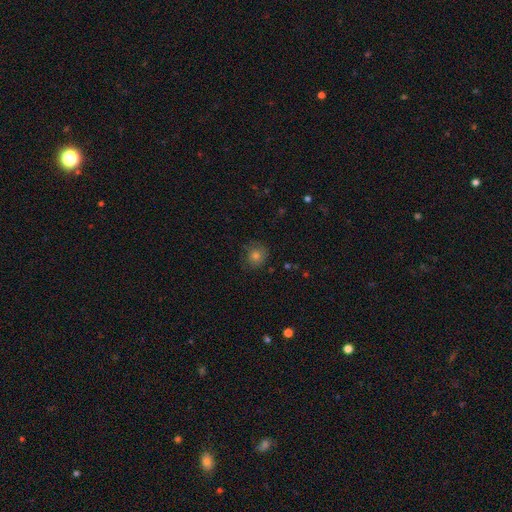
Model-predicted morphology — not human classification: smooth-or-featured: smooth: 73% | star or artifact: 17% | featured or disk: 10%
  how-rounded: round: 89% | in between: 10% | cigar-shaped: 1%
  merging: none: 81% | minor disturbance: 14% | major disturbance: 4% | merger: 1%